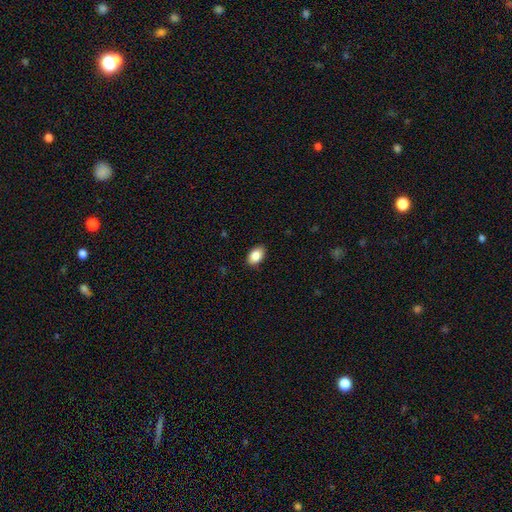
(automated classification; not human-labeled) Smooth or featured? smooth (87%)
How rounded? in between (87%)
Merging? none (88%)